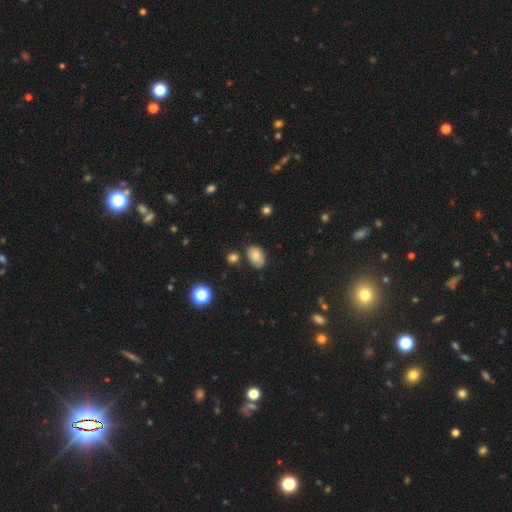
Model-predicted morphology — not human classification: Smooth or featured: smooth — 79% (featured or disk — 10%)
How rounded: in between — 86% (round — 13%)
Merging: none — 70% (minor disturbance — 19%)